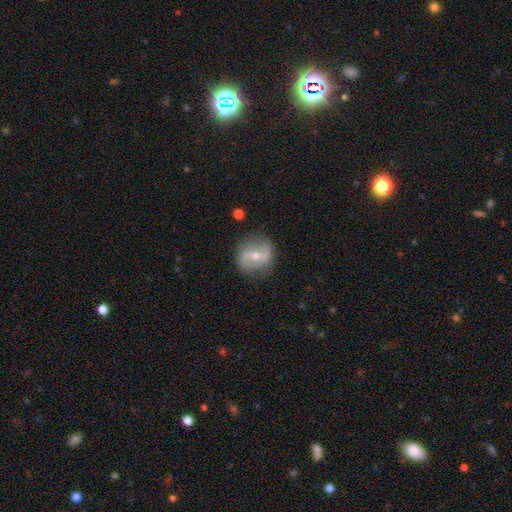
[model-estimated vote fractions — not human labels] A featured or disk galaxy (72%) with a strong bar (38%), 2 (88%) loose (57%) spiral arms (81%) and a small central bulge (49%).

Vote fractions:
- Smooth or featured? featured or disk: 72% / smooth: 21% / star or artifact: 7%
- Edge-on disk? no: 95% / yes: 5%
- Bar? strong: 38% / weak: 37% / no: 25%
- Spiral arms? yes: 81% / no: 19%
- Spiral winding? loose: 57% / medium: 31% / tight: 12%
- Spiral arm count? 2: 88% / can't tell: 6% / 1: 3% / 3: 1% / 4: 1% / more than 4: 1%
- Bulge size? small: 49% / moderate: 48% / large: 2% / none: 1% / dominant: 1%
- Merging? none: 80% / minor disturbance: 14% / major disturbance: 5% / merger: 2%